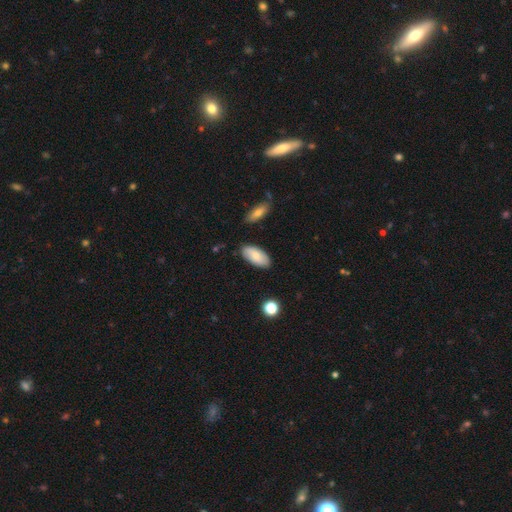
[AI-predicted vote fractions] Morphology: type=smooth (75%); roundness=in between (92%); merging=none (82%).